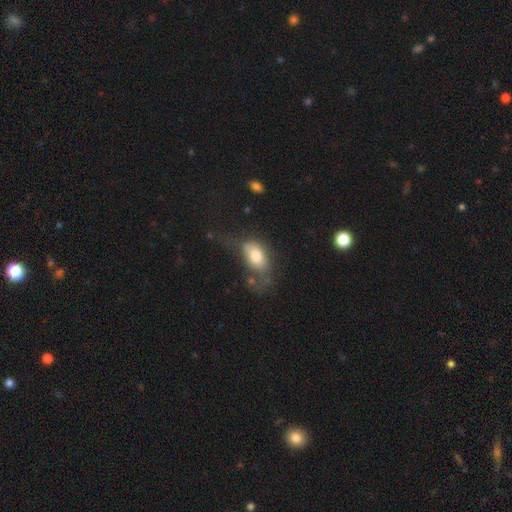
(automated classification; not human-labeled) The model was most divided on "merging": major disturbance: 36%, none: 30%, minor disturbance: 27%, merger: 7%. More confident: how rounded — in between (89%); smooth or featured — smooth (74%).